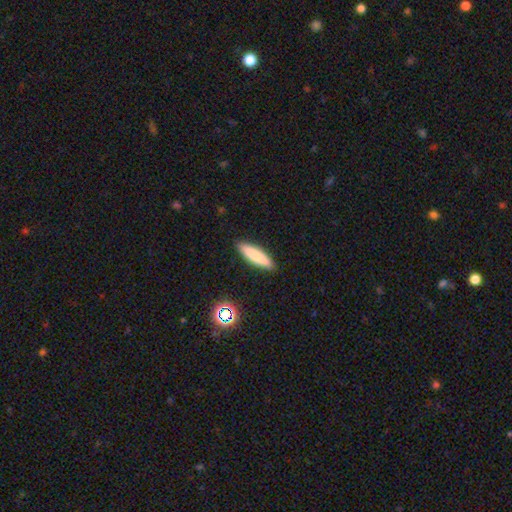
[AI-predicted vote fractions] smooth 81%, featured or disk 12%, star or artifact 7%. Down the decision tree: how rounded — cigar-shaped (77%); merging — none (89%).